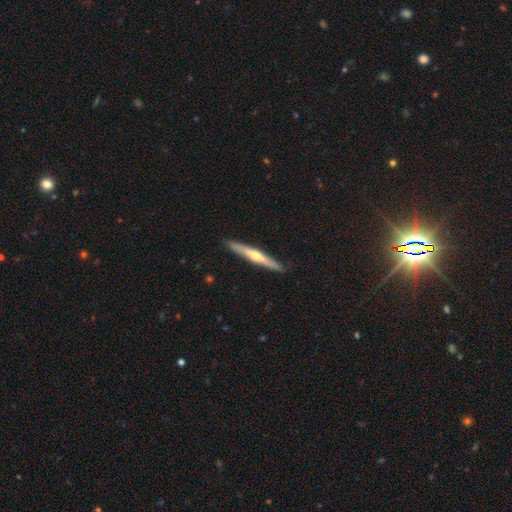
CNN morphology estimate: This is likely a featured or disk galaxy (64%). It is clearly viewed edge-on (96%). Edge-on bulge: clearly rounded (85%). Merging: clearly none (91%).